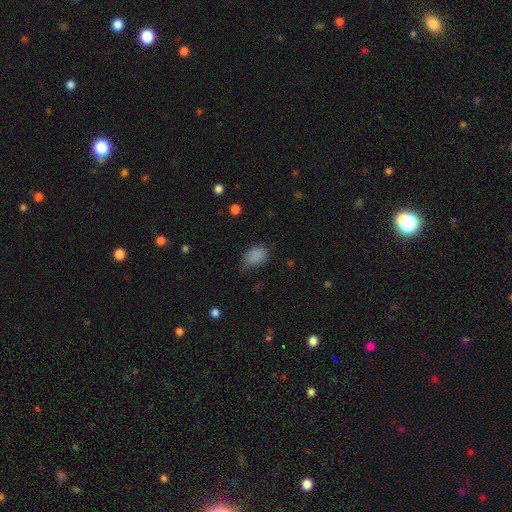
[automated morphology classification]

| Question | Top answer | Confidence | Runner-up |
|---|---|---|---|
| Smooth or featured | smooth | 85% | star or artifact (10%) |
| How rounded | in between | 84% | round (15%) |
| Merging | none | 58% | minor disturbance (31%) |